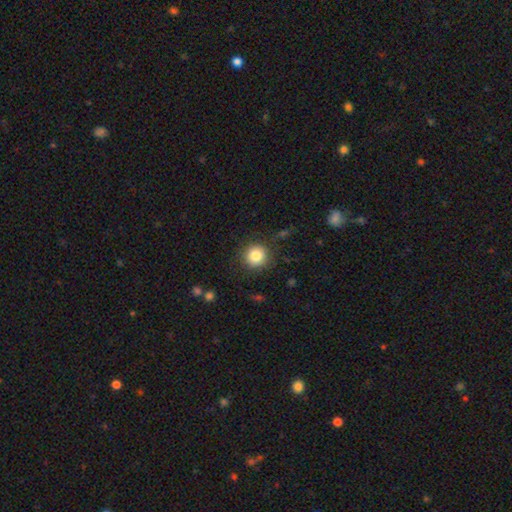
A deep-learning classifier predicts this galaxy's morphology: type=smooth (84%); roundness=round (93%); merging=none (87%).